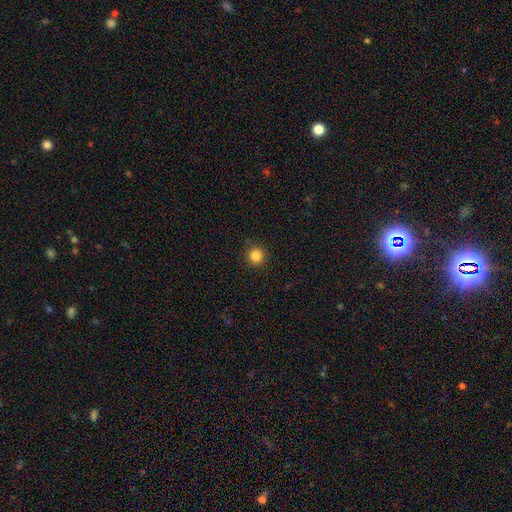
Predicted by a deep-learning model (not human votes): smooth_or_featured: smooth (p=0.84) [alt: star or artifact p=0.12]
how_rounded: round (p=0.93) [alt: in between p=0.06]
merging: none (p=0.89) [alt: minor disturbance p=0.07]